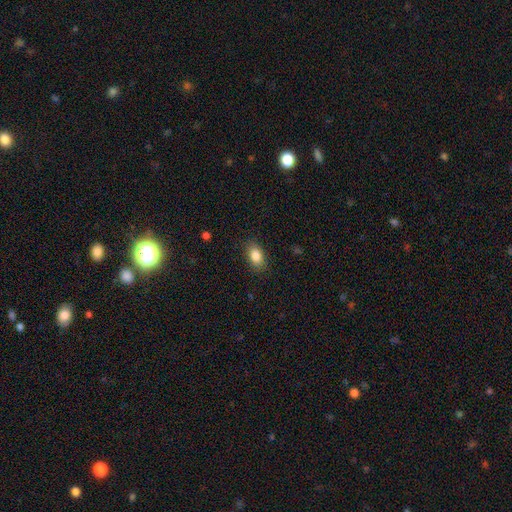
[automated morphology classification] type=smooth (85%); roundness=in between (86%); merging=none (85%).